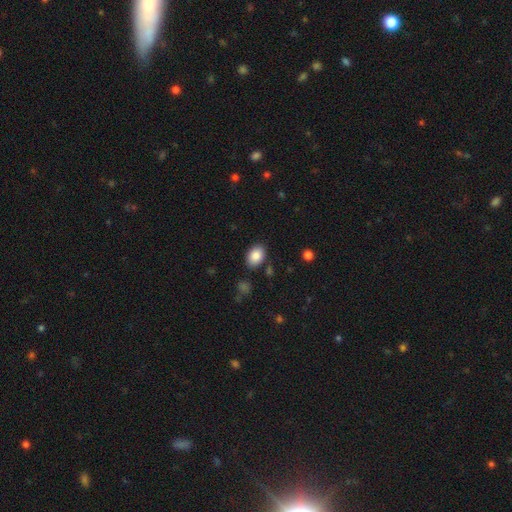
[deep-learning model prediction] Q: Smooth or featured?
A: smooth (87%); runner-up: star or artifact (8%)
Q: How rounded?
A: in between (83%); runner-up: round (16%)
Q: Merging?
A: none (85%); runner-up: minor disturbance (10%)